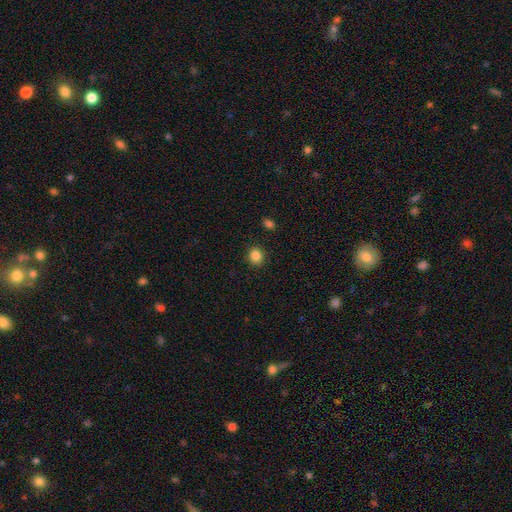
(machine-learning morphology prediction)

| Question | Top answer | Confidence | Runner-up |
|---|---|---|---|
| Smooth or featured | smooth | 85% | star or artifact (11%) |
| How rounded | round | 80% | in between (19%) |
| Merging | none | 90% | minor disturbance (6%) |